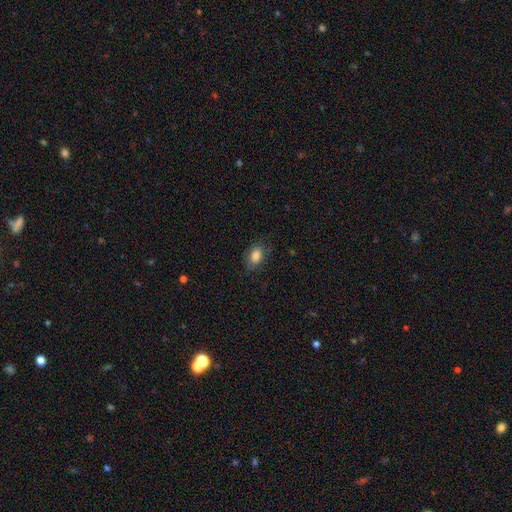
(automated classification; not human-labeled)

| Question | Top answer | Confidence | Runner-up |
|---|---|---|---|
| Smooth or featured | smooth | 85% | star or artifact (8%) |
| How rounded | in between | 82% | round (16%) |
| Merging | none | 80% | minor disturbance (15%) |